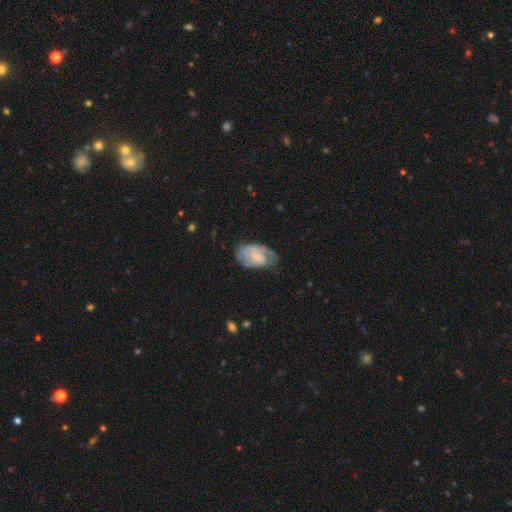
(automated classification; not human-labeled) smooth-or-featured: featured or disk: 70% | smooth: 23% | star or artifact: 7%
  disk-edge-on: no: 97% | yes: 3%
    bar: no: 65% | weak: 30% | strong: 5%
    has-spiral-arms: yes: 88% | no: 12%
      spiral-winding: tight: 48% | medium: 38% | loose: 14%
      spiral-arm-count: 2: 43% | can't tell: 31% | 3: 11% | 1: 10% | 4: 3% | more than 4: 3%
    bulge-size: small: 44% | none: 26% | moderate: 24% | large: 5% | dominant: 2%
  merging: none: 59% | minor disturbance: 25% | major disturbance: 14% | merger: 2%